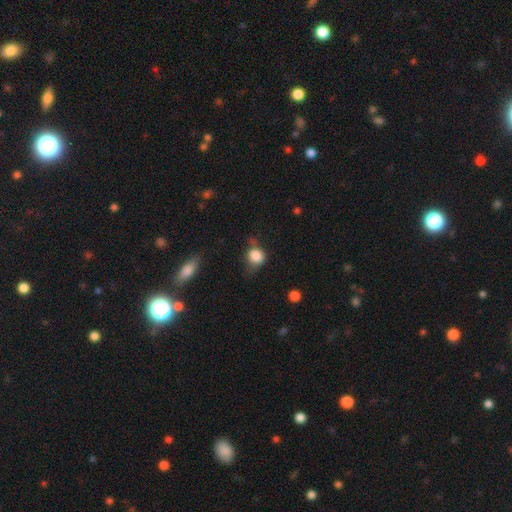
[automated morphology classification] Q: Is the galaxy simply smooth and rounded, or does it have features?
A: smooth — 81%.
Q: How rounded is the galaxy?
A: round — 65%.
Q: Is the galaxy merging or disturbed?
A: none — 42%.